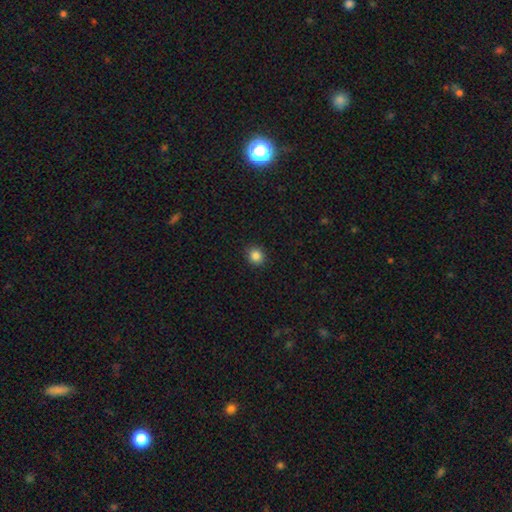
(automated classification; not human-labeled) Q: Smooth or featured?
A: smooth (85%); runner-up: star or artifact (11%)
Q: How rounded?
A: round (85%); runner-up: in between (14%)
Q: Merging?
A: none (91%); runner-up: minor disturbance (6%)